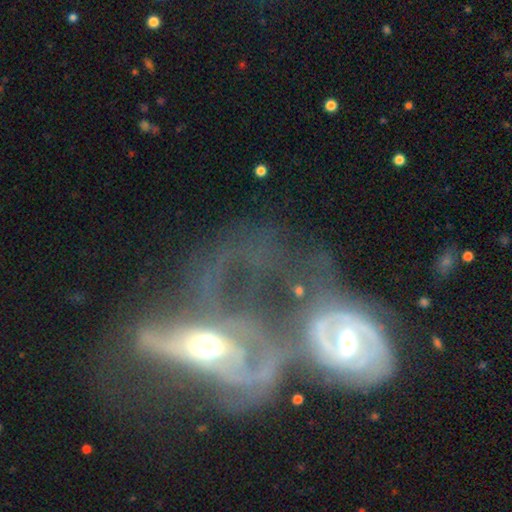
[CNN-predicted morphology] Overall: featured or disk (74%). Edge-on disk: no (88%). Bar: no (58%; weak 26%). Spiral arms: yes (64%; no 36%). Bulge size: moderate (67%). Merging: merger (63%; major disturbance 24%).